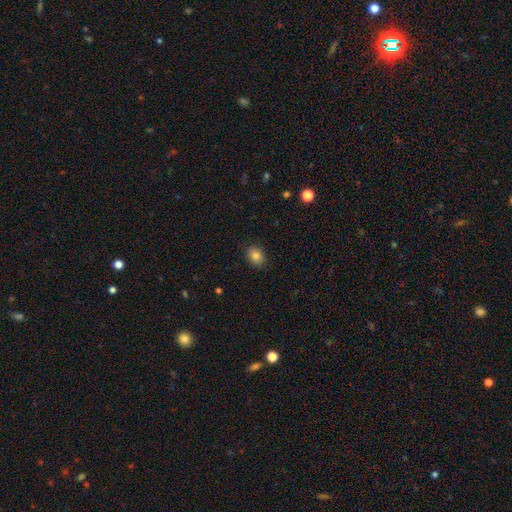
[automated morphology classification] This appears to be a smooth galaxy with no disk features (82%) that is in between round and cigar-shaped (54%). Merging: none (87%).